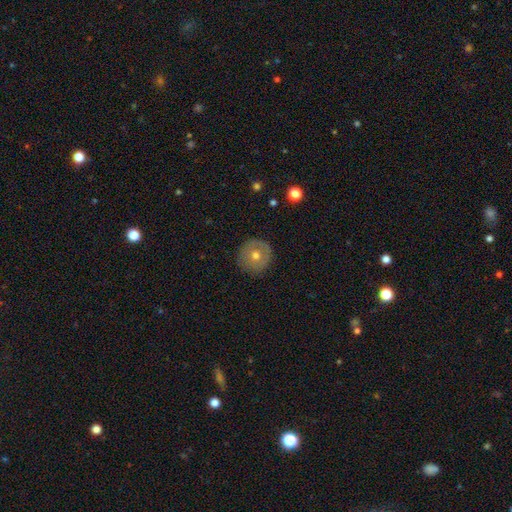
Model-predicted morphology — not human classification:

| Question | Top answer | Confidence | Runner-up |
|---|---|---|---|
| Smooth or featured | smooth | 56% | featured or disk (36%) |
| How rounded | round | 94% | in between (5%) |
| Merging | none | 87% | minor disturbance (9%) |